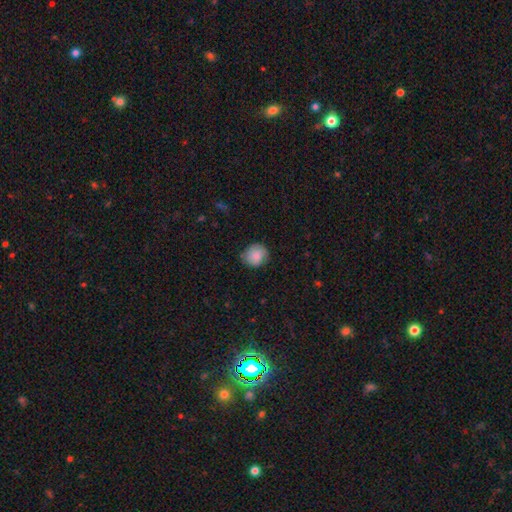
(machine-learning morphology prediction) Overall: smooth (84%). How rounded: round (81%). Merging: none (74%).